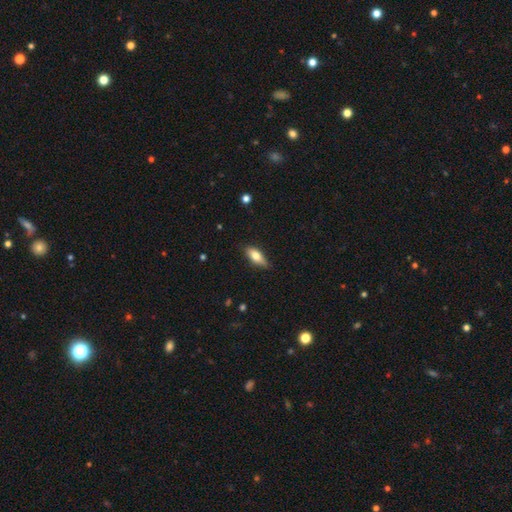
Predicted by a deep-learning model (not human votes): A smooth galaxy with no disk features (71%) that is in between round and cigar-shaped (74%). Merging: none (81%).